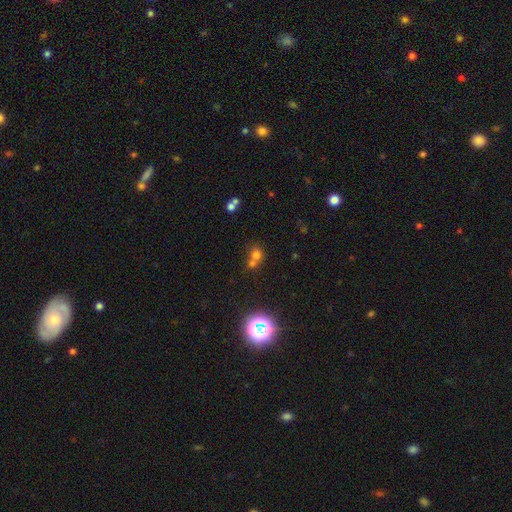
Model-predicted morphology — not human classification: Overall: smooth (61%; star or artifact 26%). How rounded: round (77%). Merging: merger (51%; none 38%).